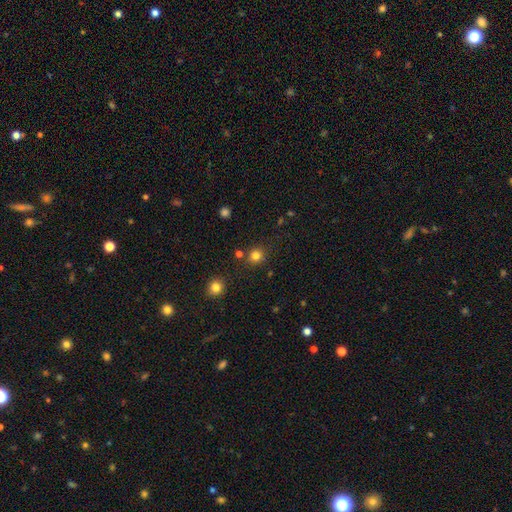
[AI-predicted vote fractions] smooth_or_featured: smooth (p=0.80) [alt: star or artifact p=0.15]
how_rounded: round (p=0.87) [alt: in between p=0.12]
merging: none (p=0.82) [alt: minor disturbance p=0.09]